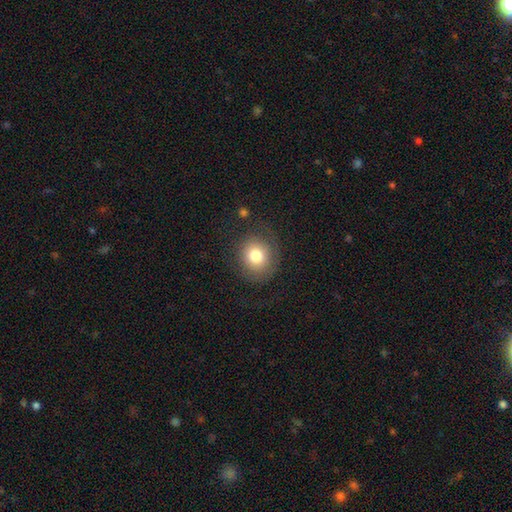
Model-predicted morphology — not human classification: Q: Smooth or featured?
A: smooth (76%); runner-up: featured or disk (14%)
Q: How rounded?
A: round (79%); runner-up: in between (20%)
Q: Merging?
A: none (75%); runner-up: minor disturbance (14%)